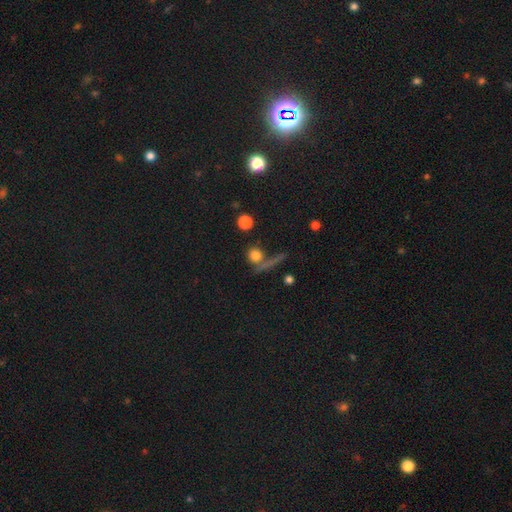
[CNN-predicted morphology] Smooth or featured? Predicted: smooth (p=0.76). How rounded? Predicted: round (p=0.87). Merging? Predicted: none (p=0.62).